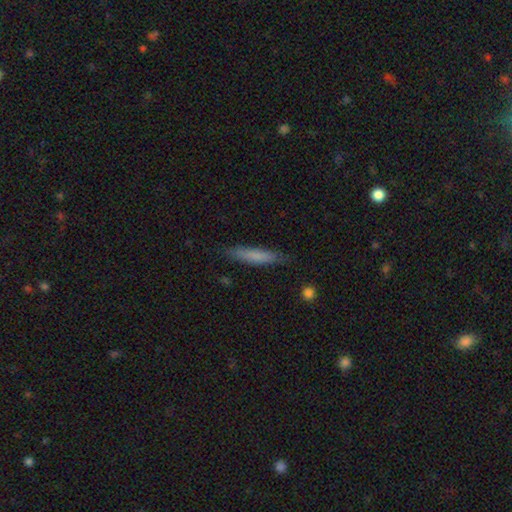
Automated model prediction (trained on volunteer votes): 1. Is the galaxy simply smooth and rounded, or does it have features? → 74% smooth, 19% featured or disk, 6% star or artifact.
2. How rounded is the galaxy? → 89% cigar-shaped, 10% in between, 1% round.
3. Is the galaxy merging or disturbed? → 84% none, 12% minor disturbance, 2% major disturbance, 1% merger.